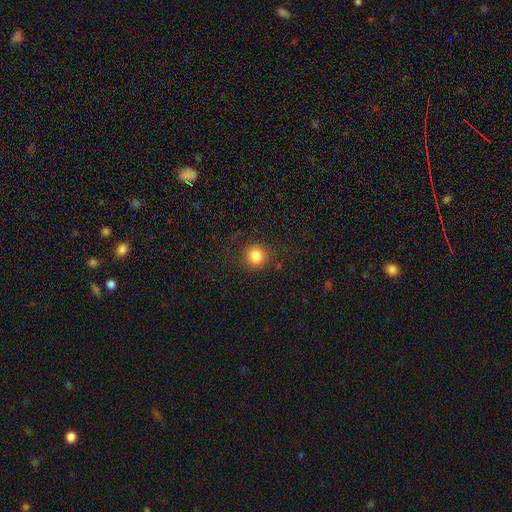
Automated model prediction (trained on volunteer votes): Smooth or featured?
  - smooth: 83% *
  - star or artifact: 11%
  - featured or disk: 6%
How rounded?
  - round: 91% *
  - in between: 8%
  - cigar-shaped: 1%
Merging?
  - none: 85% *
  - minor disturbance: 9%
  - major disturbance: 4%
  - merger: 1%